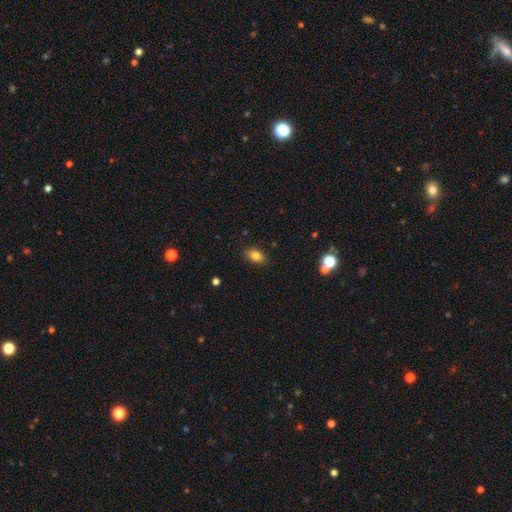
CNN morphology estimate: This is clearly a smooth galaxy (81%). How rounded: clearly in between (82%). Merging: clearly none (86%).